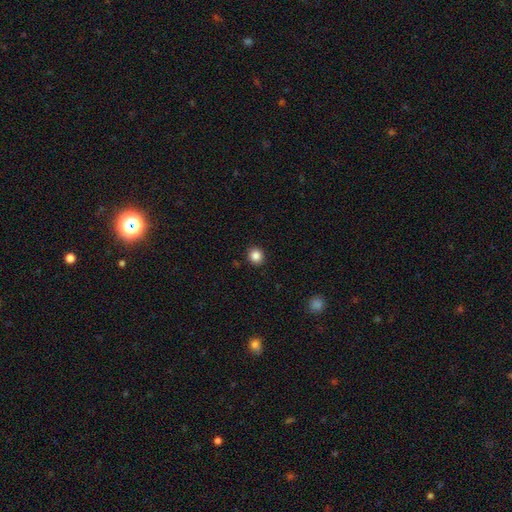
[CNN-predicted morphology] This is clearly a smooth galaxy (86%). How rounded: clearly round (90%). Merging: clearly none (92%).